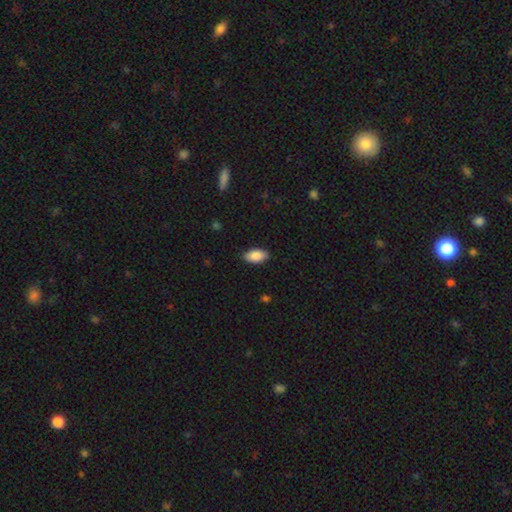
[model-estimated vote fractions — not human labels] A smooth galaxy with no disk features (87%) that is in between round and cigar-shaped (94%).

Vote fractions:
- Smooth or featured? smooth: 87% / featured or disk: 7% / star or artifact: 6%
- How rounded? in between: 94% / cigar-shaped: 3% / round: 3%
- Merging? none: 88% / minor disturbance: 9% / major disturbance: 2% / merger: 1%